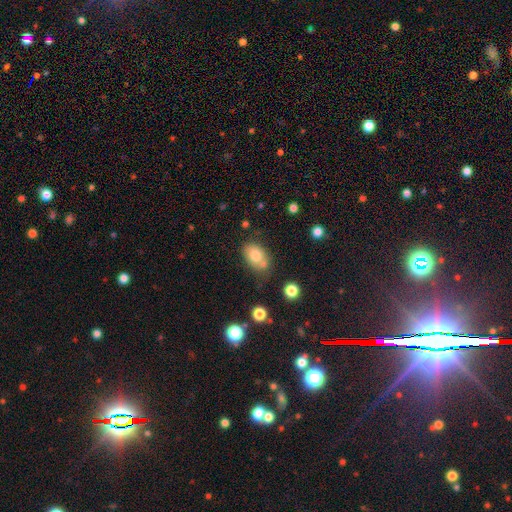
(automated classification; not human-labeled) Smooth or featured?
  - smooth: 76% *
  - featured or disk: 14%
  - star or artifact: 10%
How rounded?
  - in between: 79% *
  - round: 19%
  - cigar-shaped: 1%
Merging?
  - none: 55% *
  - merger: 20%
  - minor disturbance: 19%
  - major disturbance: 5%